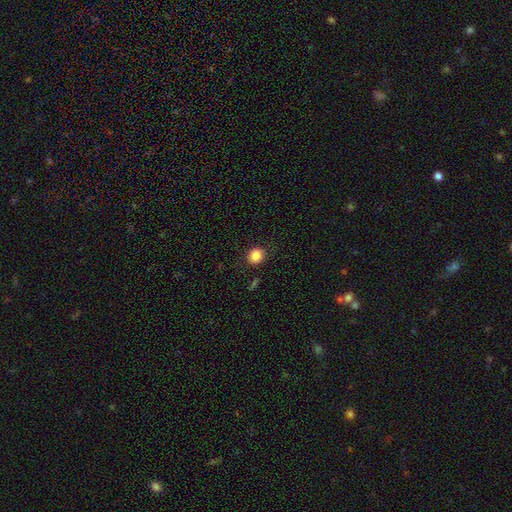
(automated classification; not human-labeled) A smooth galaxy with no disk features (85%) that is round (79%). Merging: none (86%).